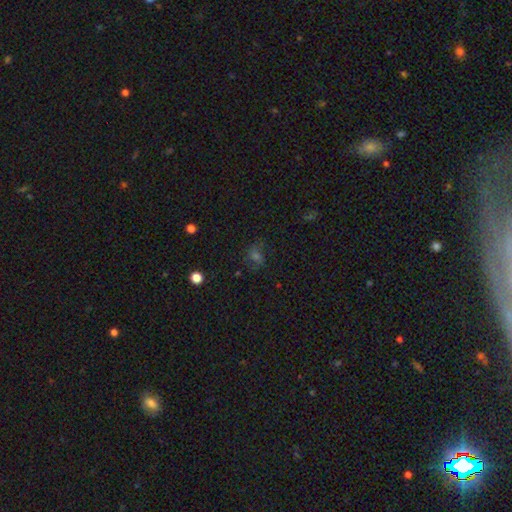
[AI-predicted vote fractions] Smooth or featured? Predicted: smooth (p=0.37, tied with star or artifact). Merging? Predicted: none (p=0.66).